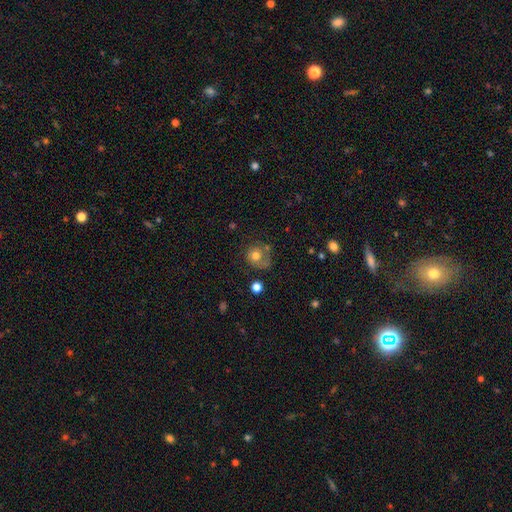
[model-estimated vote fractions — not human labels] The model was most divided on "merging": none: 47%, minor disturbance: 24%, major disturbance: 22%, merger: 8%. More confident: how rounded — round (79%); smooth or featured — smooth (65%).